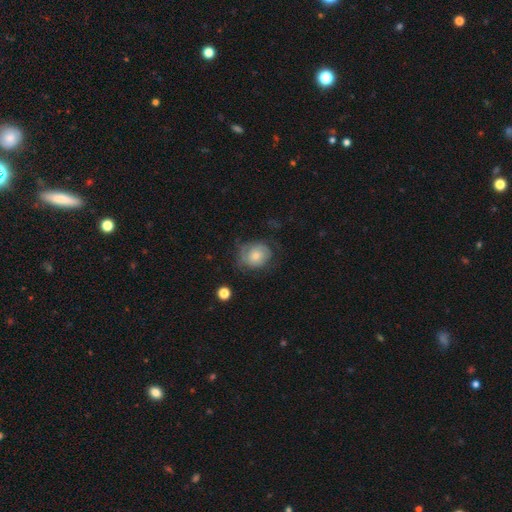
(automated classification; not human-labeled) Overall: featured or disk (48%; smooth 44%). Merging: none (53%; minor disturbance 26%).